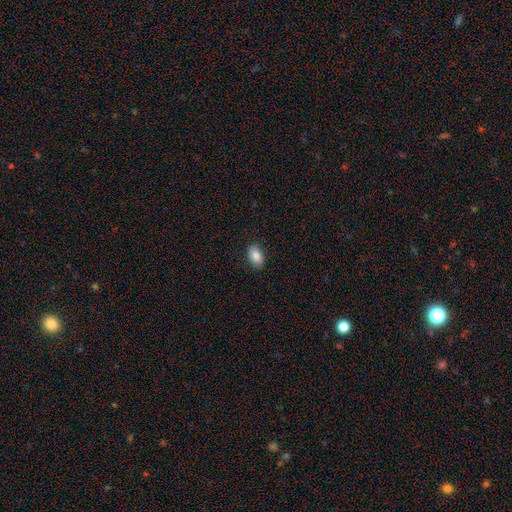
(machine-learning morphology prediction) The model was most divided on "how rounded": in between: 87%, round: 12%, cigar-shaped: 1%. More confident: merging — none (87%); smooth or featured — smooth (85%).